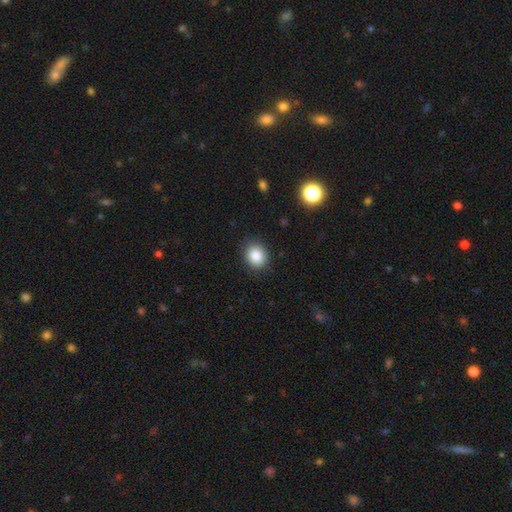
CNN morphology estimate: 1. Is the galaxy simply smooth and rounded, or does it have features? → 87% smooth, 9% star or artifact, 4% featured or disk.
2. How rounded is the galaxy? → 63% round, 36% in between, 1% cigar-shaped.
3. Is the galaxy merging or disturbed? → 86% none, 10% minor disturbance, 3% major disturbance, 1% merger.